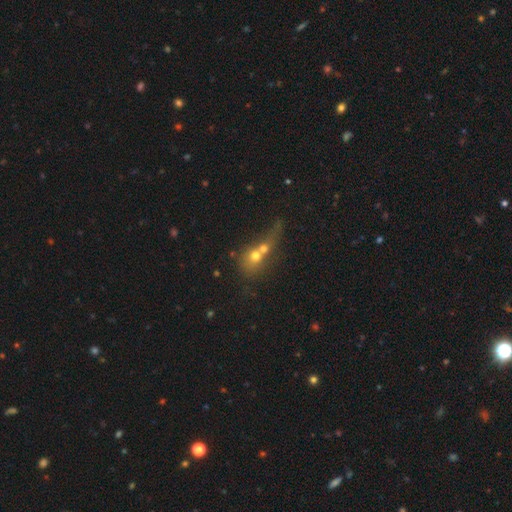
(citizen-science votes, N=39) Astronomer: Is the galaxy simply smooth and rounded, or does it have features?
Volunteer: smooth — 64%.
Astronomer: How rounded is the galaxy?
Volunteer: round — 56% (runner-up: in between, 36%).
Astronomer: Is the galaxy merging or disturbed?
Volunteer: merger — 81%.